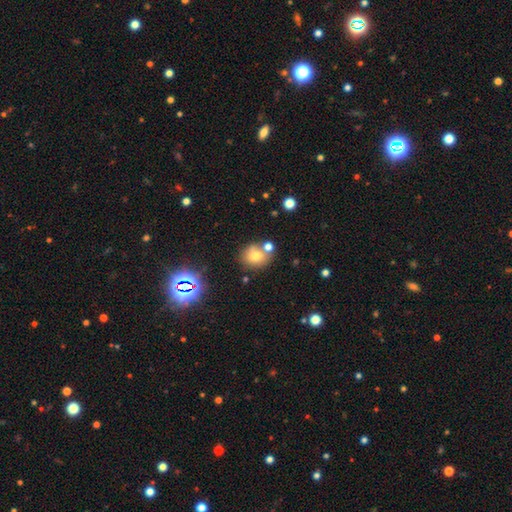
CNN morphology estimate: Q: Smooth or featured?
A: smooth (69%); runner-up: star or artifact (16%)
Q: How rounded?
A: round (73%); runner-up: in between (26%)
Q: Merging?
A: none (61%); runner-up: merger (24%)